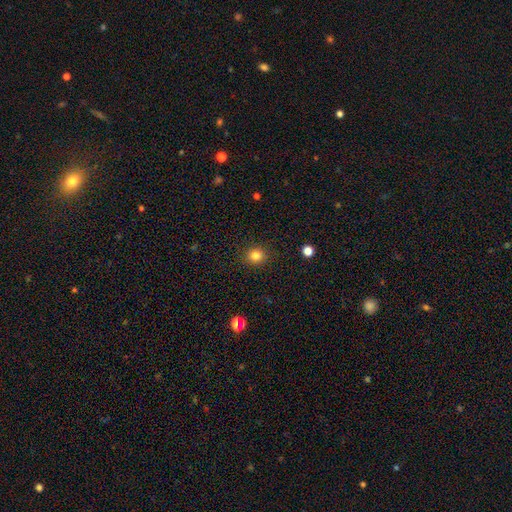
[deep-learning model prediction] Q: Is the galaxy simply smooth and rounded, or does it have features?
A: smooth — 83%.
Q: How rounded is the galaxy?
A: round — 85%.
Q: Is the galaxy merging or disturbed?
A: none — 91%.